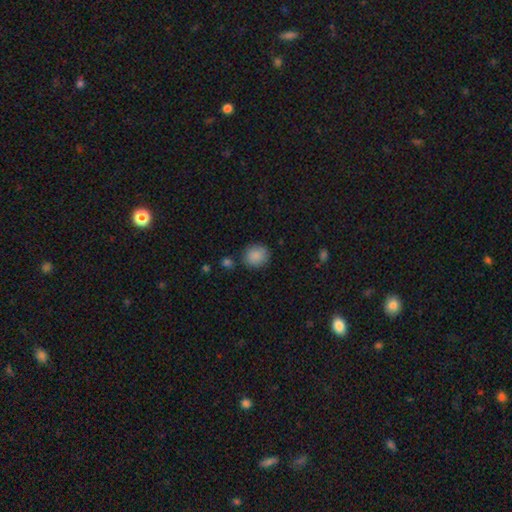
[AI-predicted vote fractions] Q: Smooth or featured?
A: smooth (88%); runner-up: star or artifact (8%)
Q: How rounded?
A: round (75%); runner-up: in between (24%)
Q: Merging?
A: none (80%); runner-up: minor disturbance (12%)